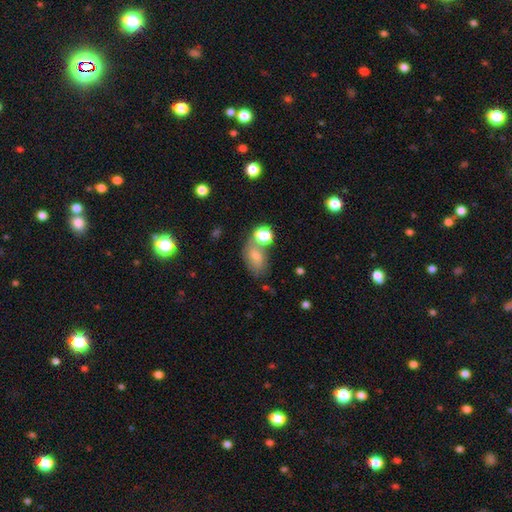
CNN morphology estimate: Q: Smooth or featured?
A: smooth (68%); runner-up: featured or disk (18%)
Q: How rounded?
A: in between (80%); runner-up: round (18%)
Q: Merging?
A: none (51%); runner-up: merger (22%)